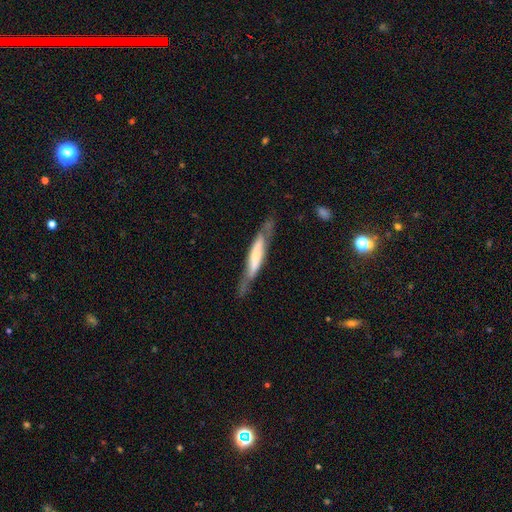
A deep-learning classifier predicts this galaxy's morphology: A featured or disk galaxy (59%) viewed edge-on (75%). Merging: none (68%).